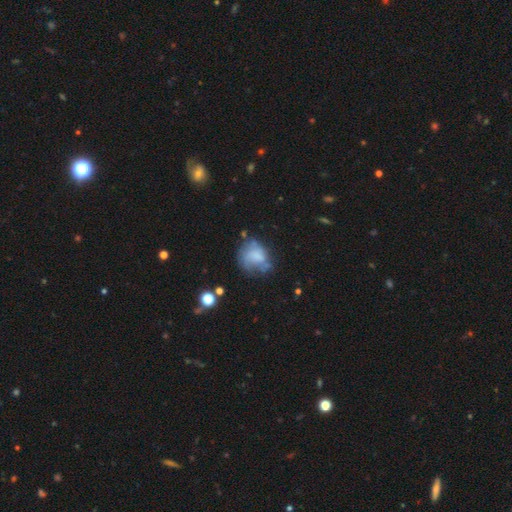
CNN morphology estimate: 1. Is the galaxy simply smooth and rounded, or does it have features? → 54% smooth, 36% featured or disk, 11% star or artifact.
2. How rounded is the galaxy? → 60% round, 39% in between, 1% cigar-shaped.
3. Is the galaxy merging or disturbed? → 41% none, 28% minor disturbance, 25% major disturbance, 6% merger.